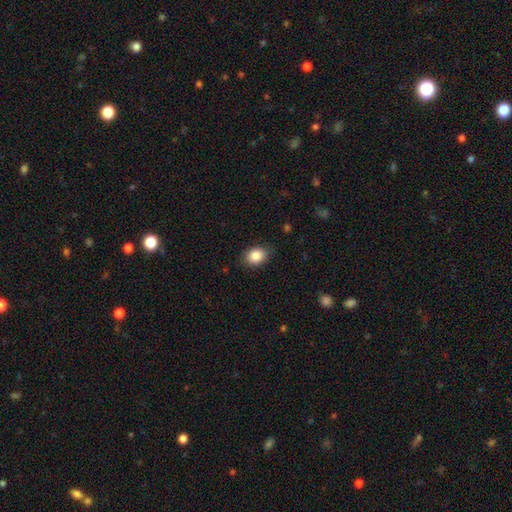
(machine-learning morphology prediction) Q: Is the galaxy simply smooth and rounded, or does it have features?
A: smooth — 87%.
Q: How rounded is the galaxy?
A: in between — 64%.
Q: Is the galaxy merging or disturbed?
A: none — 83%.